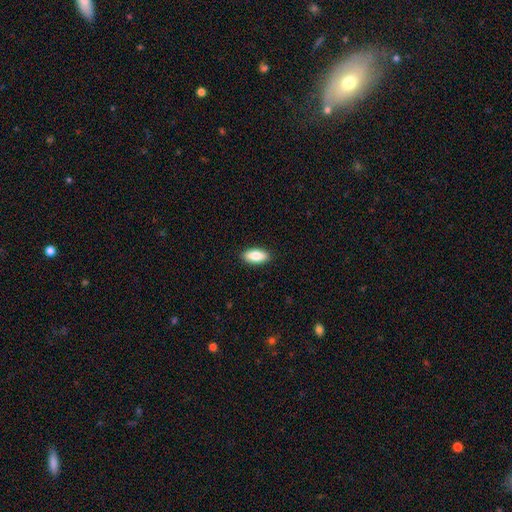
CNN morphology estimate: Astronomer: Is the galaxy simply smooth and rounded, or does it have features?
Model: smooth — 84%.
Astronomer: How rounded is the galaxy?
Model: in between — 86%.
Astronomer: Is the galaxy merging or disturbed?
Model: none — 90%.